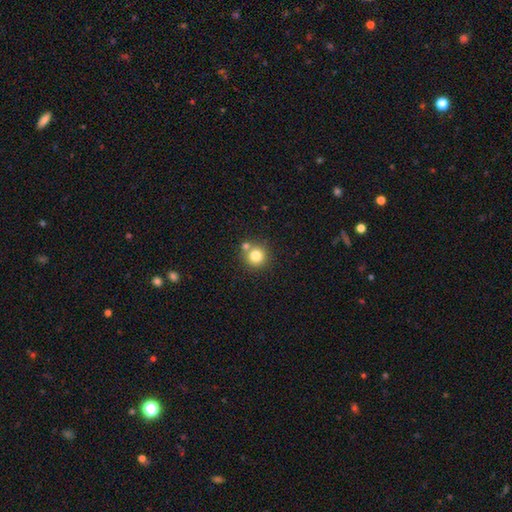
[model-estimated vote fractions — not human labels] smooth 80%, star or artifact 12%, featured or disk 8%. Down the decision tree: how rounded — round (93%); merging — none (68%).